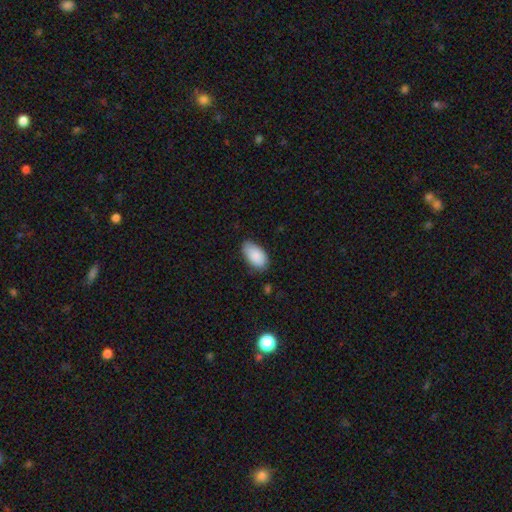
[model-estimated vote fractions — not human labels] Morphology: type=smooth (87%); roundness=in between (95%); merging=none (71%).